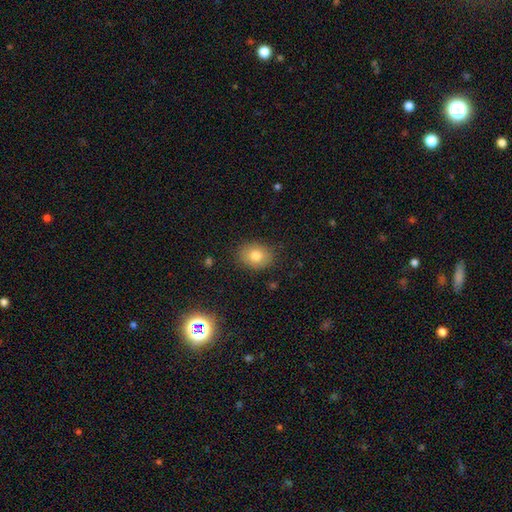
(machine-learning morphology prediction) smooth-or-featured: smooth: 79% | featured or disk: 11% | star or artifact: 10%
  how-rounded: in between: 58% | round: 41% | cigar-shaped: 1%
  merging: none: 86% | minor disturbance: 11% | major disturbance: 3% | merger: 1%